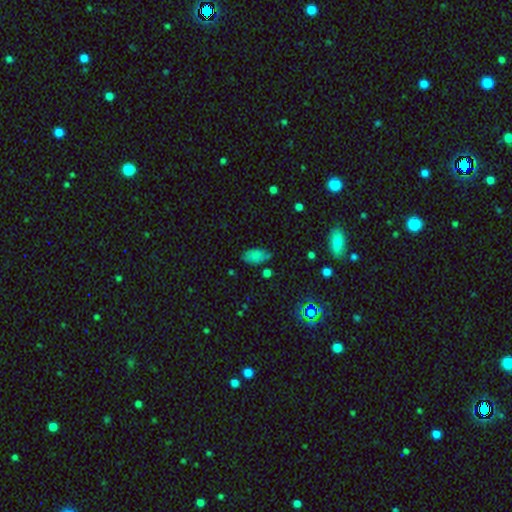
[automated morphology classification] The model was most divided on "merging": none: 67%, minor disturbance: 24%, major disturbance: 5%, merger: 3%. More confident: how rounded — in between (93%); smooth or featured — smooth (80%).